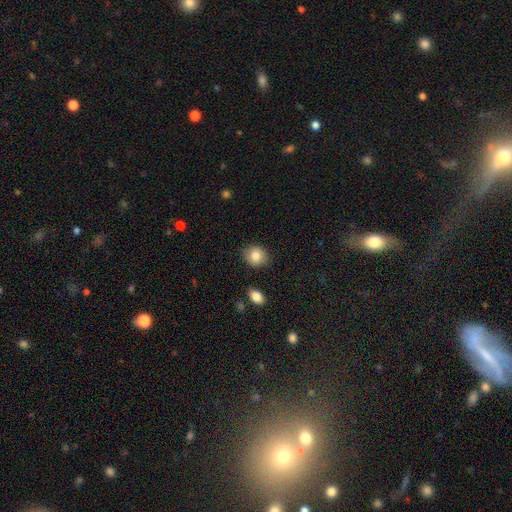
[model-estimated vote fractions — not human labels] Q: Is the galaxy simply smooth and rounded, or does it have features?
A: smooth — 83%.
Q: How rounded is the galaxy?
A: round — 73%.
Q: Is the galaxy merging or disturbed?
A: none — 87%.